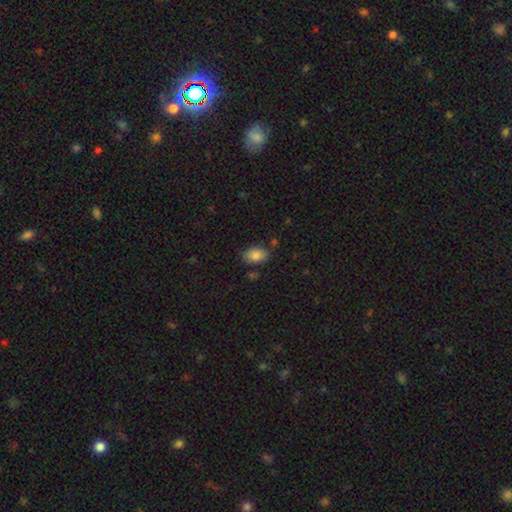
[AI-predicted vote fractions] This appears to be a smooth galaxy with no disk features (84%) that is in between round and cigar-shaped (89%). Merging: none (78%).